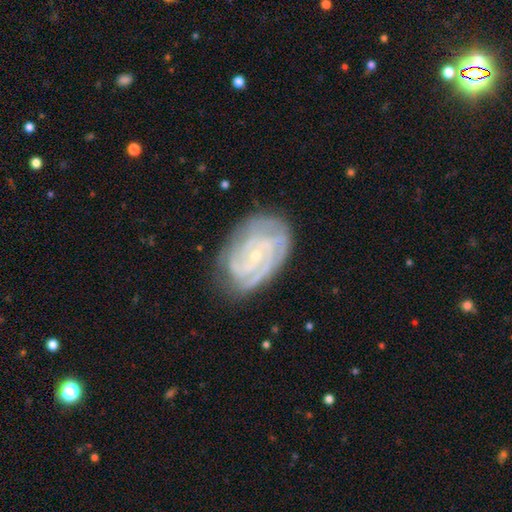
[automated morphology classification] A featured or disk galaxy (86%) with no bar (67%), 3 (28%) tight (70%) spiral arms (96%) and a small central bulge (78%).

Vote fractions:
- Smooth or featured? featured or disk: 86% / smooth: 8% / star or artifact: 6%
- Edge-on disk? no: 97% / yes: 3%
- Bar? no: 67% / weak: 26% / strong: 7%
- Spiral arms? yes: 96% / no: 4%
- Spiral winding? tight: 70% / medium: 26% / loose: 5%
- Spiral arm count? 3: 28% / 2: 26% / can't tell: 24% / 4: 11% / 1: 5% / more than 4: 5%
- Bulge size? small: 78% / moderate: 18% / none: 2% / large: 1% / dominant: 1%
- Merging? none: 73% / minor disturbance: 19% / major disturbance: 6% / merger: 1%